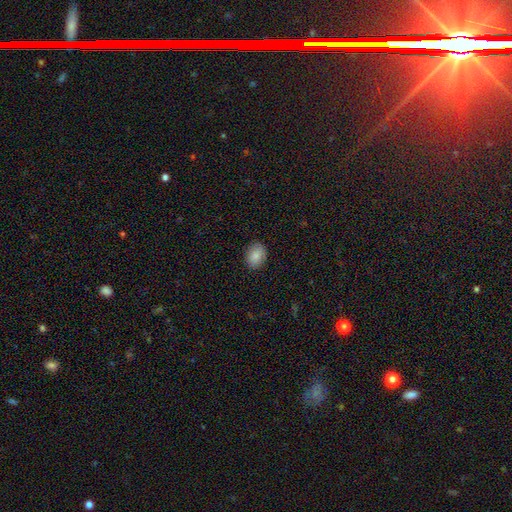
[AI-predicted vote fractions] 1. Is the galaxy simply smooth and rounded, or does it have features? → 86% smooth, 7% star or artifact, 7% featured or disk.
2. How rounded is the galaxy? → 72% in between, 27% round, 1% cigar-shaped.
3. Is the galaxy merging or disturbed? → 87% none, 10% minor disturbance, 2% major disturbance, 1% merger.